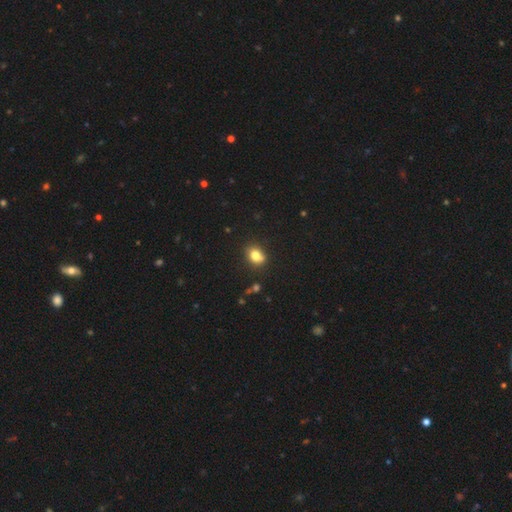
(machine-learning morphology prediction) Smooth or featured? Predicted: smooth (p=0.80). How rounded? Predicted: in between (p=0.50). Merging? Predicted: none (p=0.72).